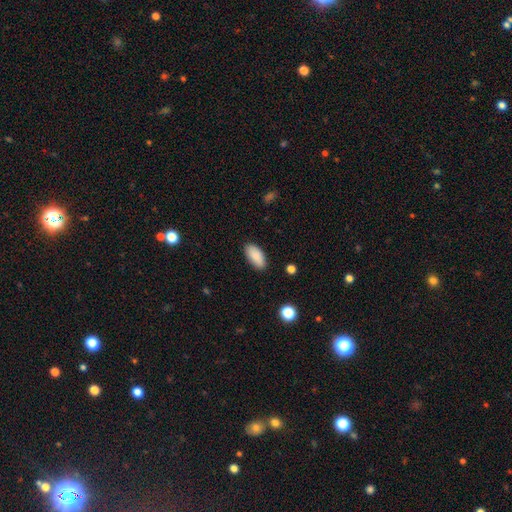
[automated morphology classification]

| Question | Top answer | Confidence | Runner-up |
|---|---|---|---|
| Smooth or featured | smooth | 88% | star or artifact (7%) |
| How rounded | in between | 93% | cigar-shaped (5%) |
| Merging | none | 85% | minor disturbance (12%) |